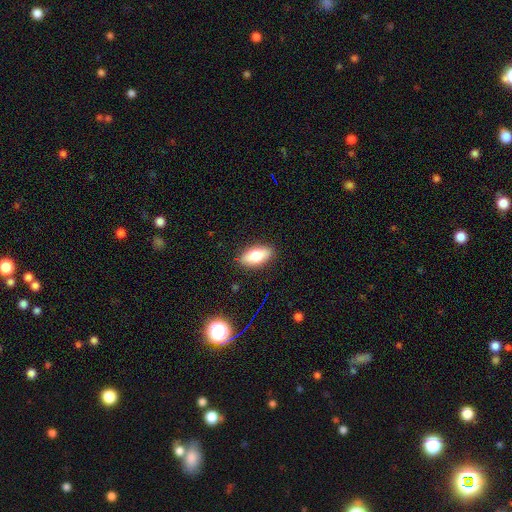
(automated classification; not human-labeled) Overall: smooth (72%). How rounded: in between (85%). Merging: none (88%).